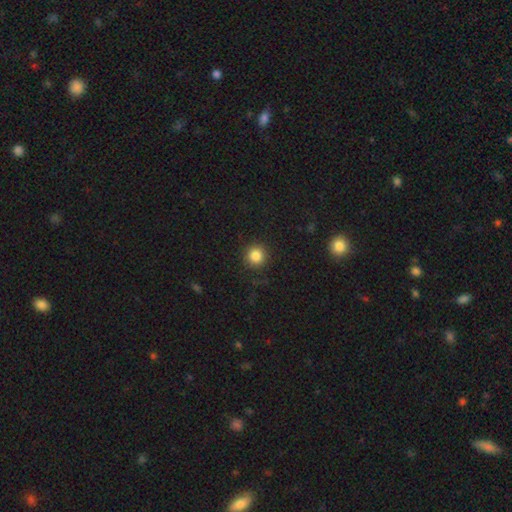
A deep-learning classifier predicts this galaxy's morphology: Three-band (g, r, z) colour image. It shows a smooth galaxy with no disk features (85%) that is round (94%). Merging: none (90%).